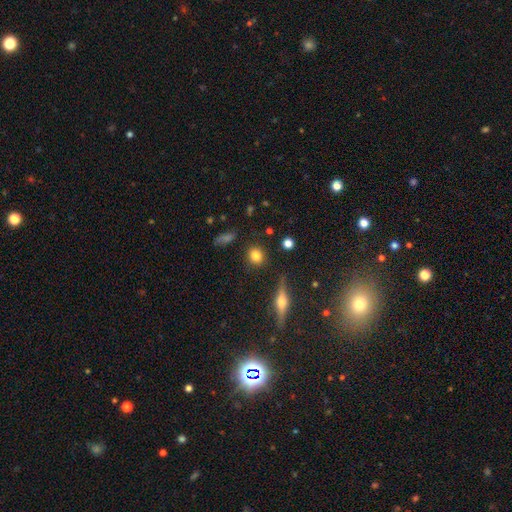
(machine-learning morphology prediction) A smooth galaxy with no disk features (81%) that is round (76%).

Vote fractions:
- Smooth or featured? smooth: 81% / star or artifact: 10% / featured or disk: 10%
- How rounded? round: 76% / in between: 21% / cigar-shaped: 3%
- Merging? none: 87% / minor disturbance: 8% / major disturbance: 3% / merger: 2%